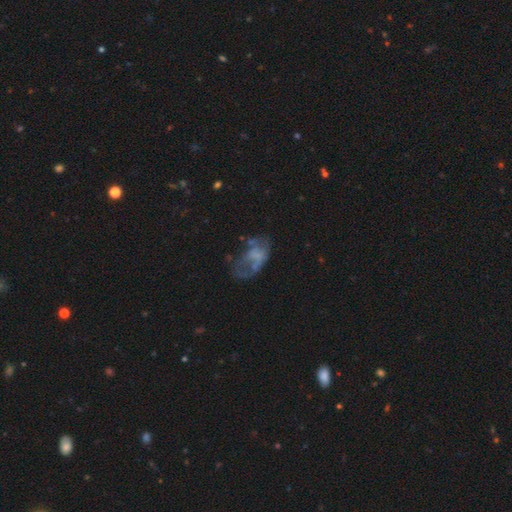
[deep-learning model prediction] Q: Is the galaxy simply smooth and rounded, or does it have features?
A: featured or disk — 49%.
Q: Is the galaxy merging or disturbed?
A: major disturbance — 43%.